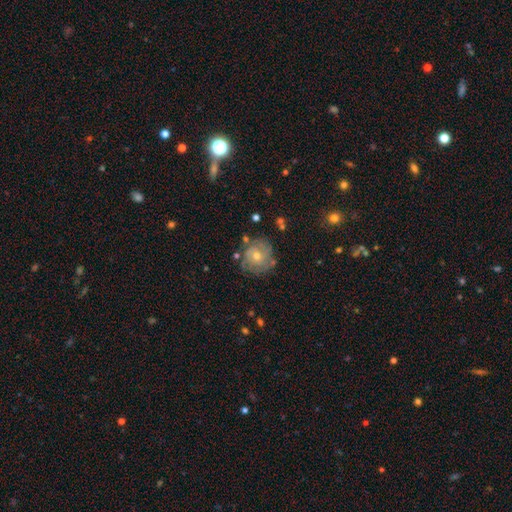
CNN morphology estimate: type=featured or disk (65%); edge-on=no (97%); bar=no (78%); spiral arms=yes (85%); winding=tight (70%); arm count=can't tell (46%); bulge=moderate (54%); merging=none (77%).